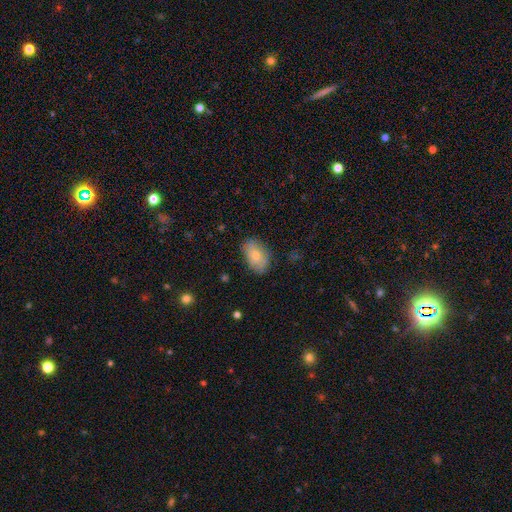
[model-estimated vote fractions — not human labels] Smooth or featured? Predicted: smooth (p=0.75). How rounded? Predicted: in between (p=0.91). Merging? Predicted: none (p=0.79).